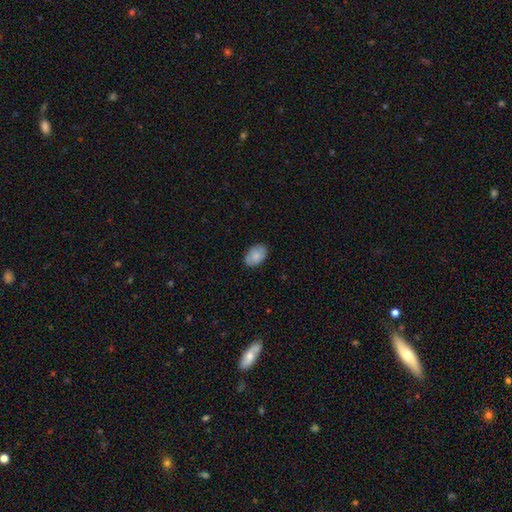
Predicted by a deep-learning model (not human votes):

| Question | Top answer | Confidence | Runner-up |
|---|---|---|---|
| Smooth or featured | smooth | 81% | featured or disk (12%) |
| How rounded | in between | 87% | round (11%) |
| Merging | none | 83% | minor disturbance (14%) |